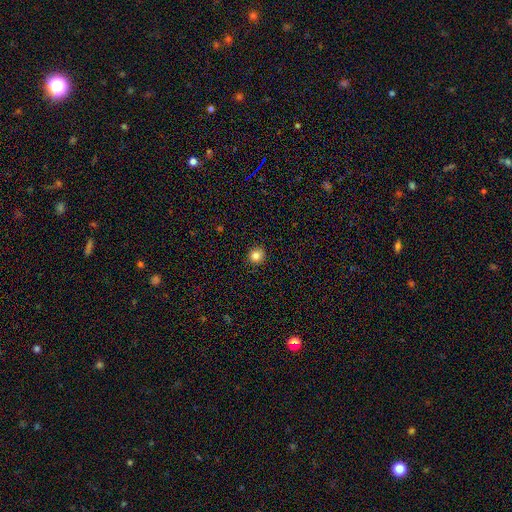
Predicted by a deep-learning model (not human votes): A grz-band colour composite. It shows a smooth galaxy with no disk features (82%) that is round (90%). Merging: none (92%).